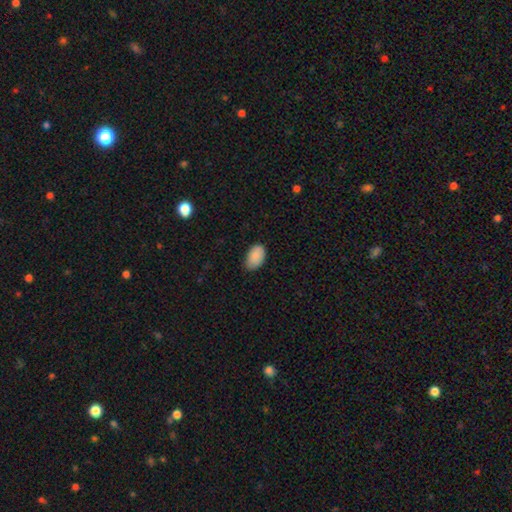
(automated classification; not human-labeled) smooth-or-featured: smooth: 88% | star or artifact: 7% | featured or disk: 6%
  how-rounded: in between: 93% | round: 6% | cigar-shaped: 1%
  merging: none: 69% | minor disturbance: 26% | major disturbance: 3% | merger: 1%